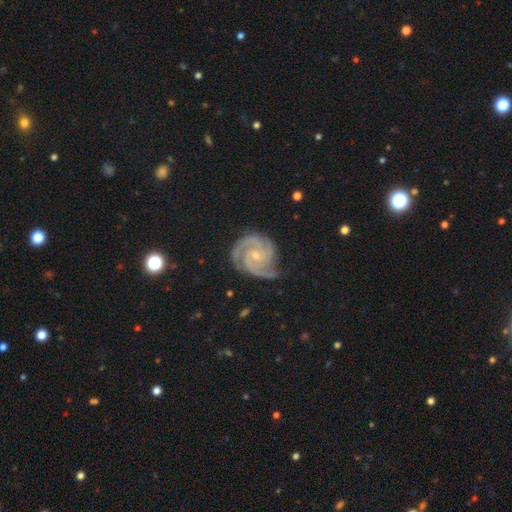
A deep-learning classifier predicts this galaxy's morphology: A featured or disk galaxy (94%) with no bar (63%), 3 (62%) tight (69%) spiral arms (99%) and a small central bulge (71%). Merging: none (75%).